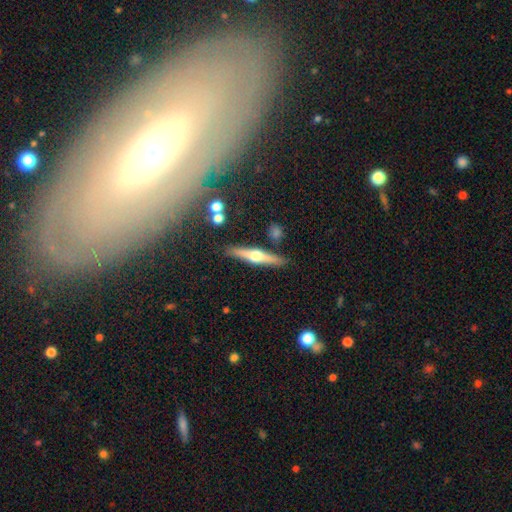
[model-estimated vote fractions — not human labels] smooth-or-featured: featured or disk: 64% | smooth: 30% | star or artifact: 6%
  disk-edge-on: yes: 96% | no: 4%
    edge-on-bulge: rounded: 94% | boxy: 3% | none: 3%
  merging: none: 86% | minor disturbance: 8% | merger: 3% | major disturbance: 2%